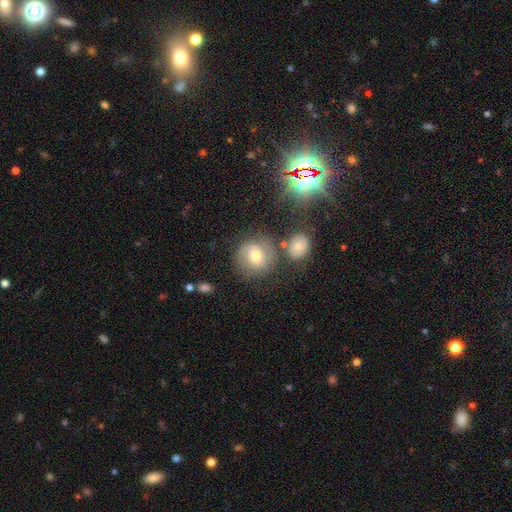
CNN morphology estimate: Overall: featured or disk (51%; smooth 38%). Edge-on disk: no (97%). Merging: none (70%).